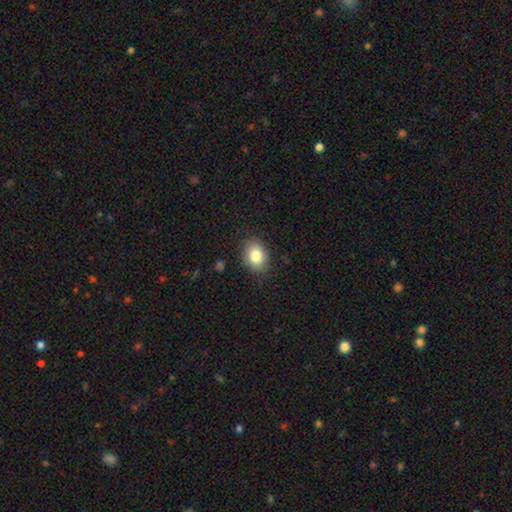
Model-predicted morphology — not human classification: The model was most divided on "how rounded": in between: 74%, round: 25%, cigar-shaped: 1%. More confident: merging — none (86%); smooth or featured — smooth (83%).